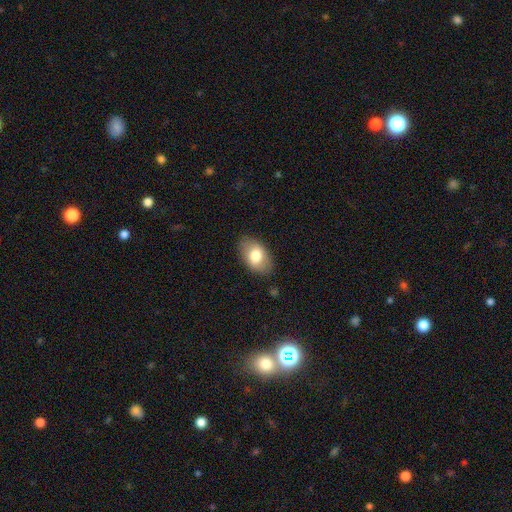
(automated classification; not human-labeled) Overall: smooth (77%). How rounded: in between (91%). Merging: none (85%).